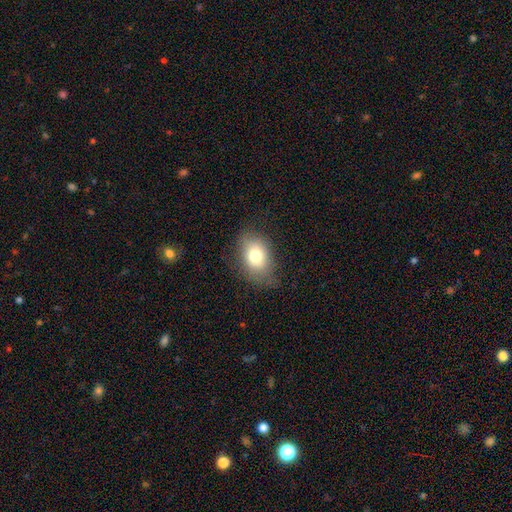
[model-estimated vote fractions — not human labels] A smooth galaxy with no disk features (75%) that is in between round and cigar-shaped (74%). Merging: none (70%).